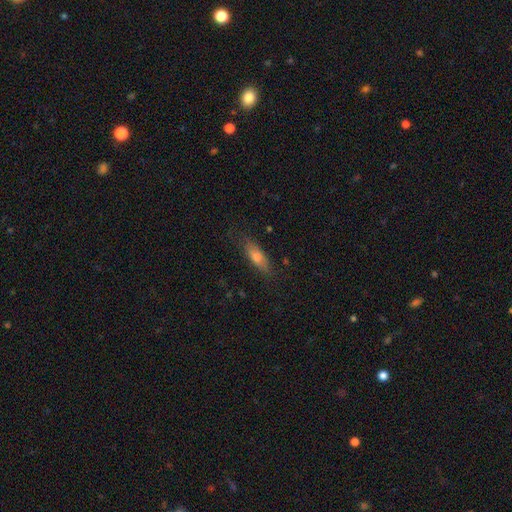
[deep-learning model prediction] Morphology: type=smooth (59%); roundness=cigar-shaped (58%); merging=none (81%).